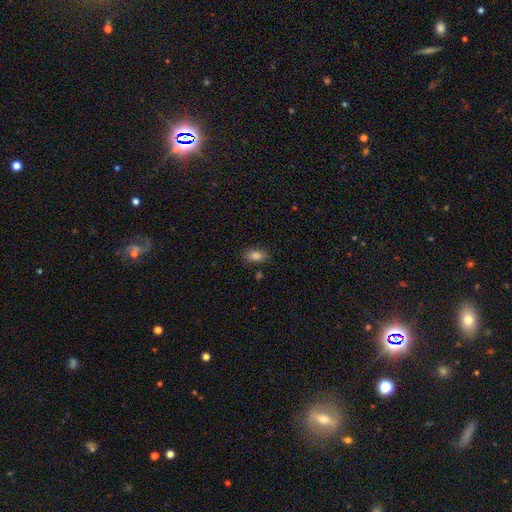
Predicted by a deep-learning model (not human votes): Overall: smooth (85%). How rounded: in between (88%). Merging: none (84%).